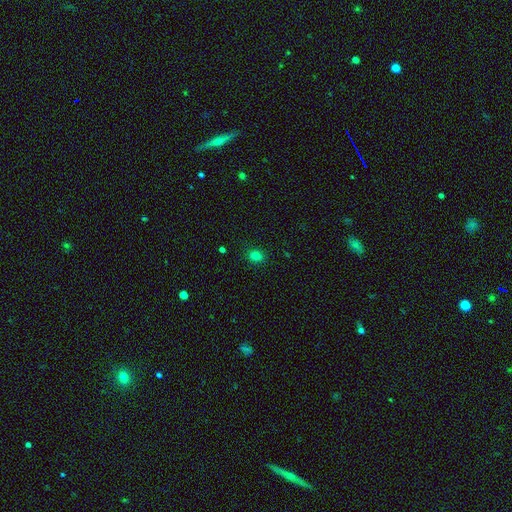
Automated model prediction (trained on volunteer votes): A smooth galaxy with no disk features (80%) that is round (55%).

Vote fractions:
- Smooth or featured? smooth: 80% / star or artifact: 15% / featured or disk: 5%
- How rounded? round: 55% / in between: 44% / cigar-shaped: 1%
- Merging? none: 88% / minor disturbance: 8% / major disturbance: 2% / merger: 1%